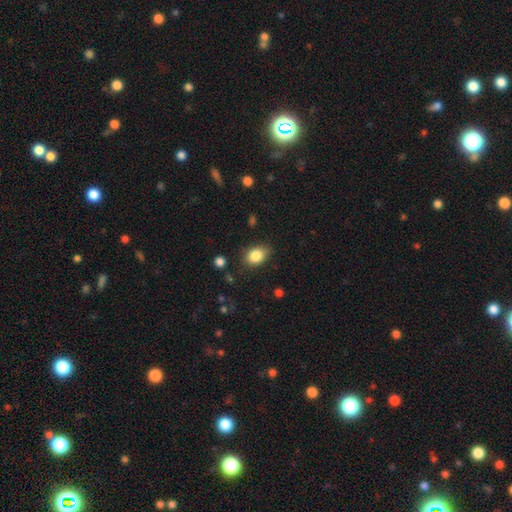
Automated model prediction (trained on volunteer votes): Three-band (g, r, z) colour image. It shows a smooth galaxy with no disk features (85%) that is in between round and cigar-shaped (73%). Merging: none (80%).